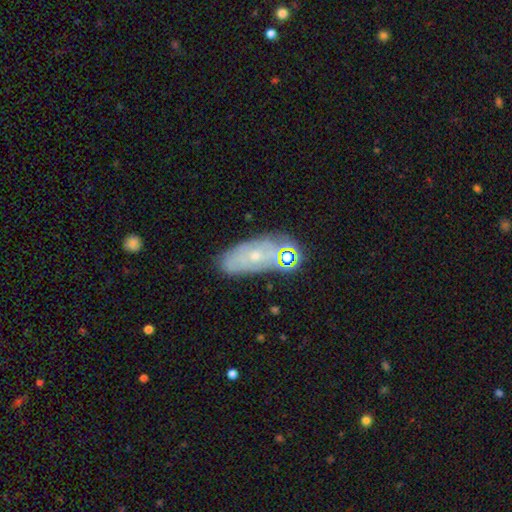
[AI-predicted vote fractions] smooth_or_featured: featured or disk (p=0.54) [alt: smooth p=0.30]
disk_edge_on: no (p=0.86) [alt: yes p=0.14]
merging: none (p=0.69) [alt: minor disturbance p=0.18]